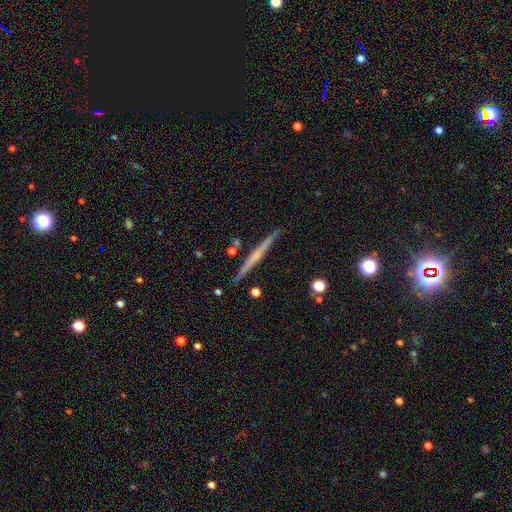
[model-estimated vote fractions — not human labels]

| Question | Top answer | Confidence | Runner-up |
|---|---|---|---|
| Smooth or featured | featured or disk | 64% | smooth (31%) |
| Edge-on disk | yes | 98% | no (2%) |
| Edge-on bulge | none | 65% | rounded (26%) |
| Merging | none | 90% | minor disturbance (7%) |